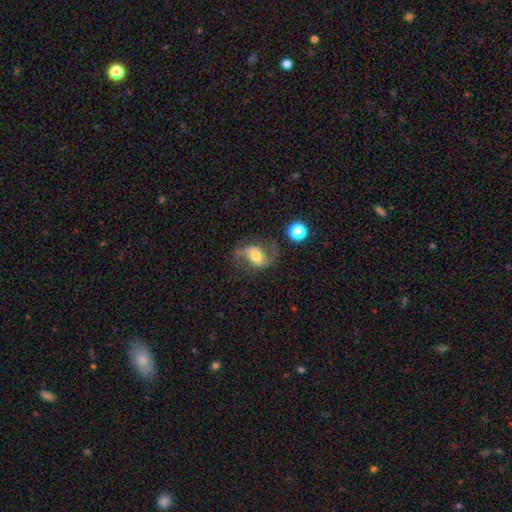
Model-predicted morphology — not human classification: Smooth or featured: featured or disk — 70% (smooth — 21%)
Edge-on disk: no — 96% (yes — 4%)
Bar: weak — 40% (no — 32%)
Spiral arms: yes — 91% (no — 9%)
Spiral winding: loose — 56% (medium — 36%)
Spiral arm count: 2 — 90% (1 — 4%)
Bulge size: moderate — 54% (small — 26%)
Merging: none — 64% (minor disturbance — 18%)